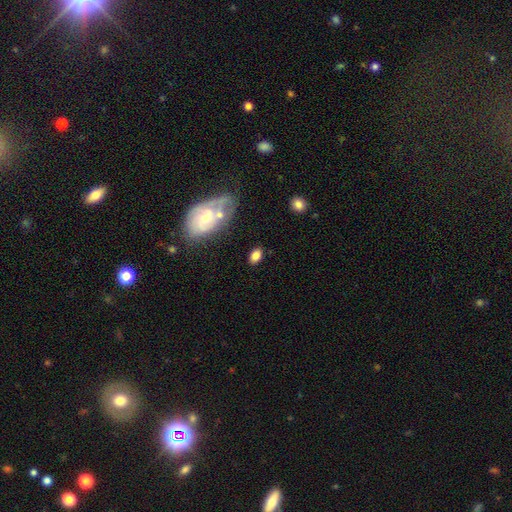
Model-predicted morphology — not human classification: Smooth or featured? Predicted: smooth (p=0.79). How rounded? Predicted: in between (p=0.86). Merging? Predicted: none (p=0.77).